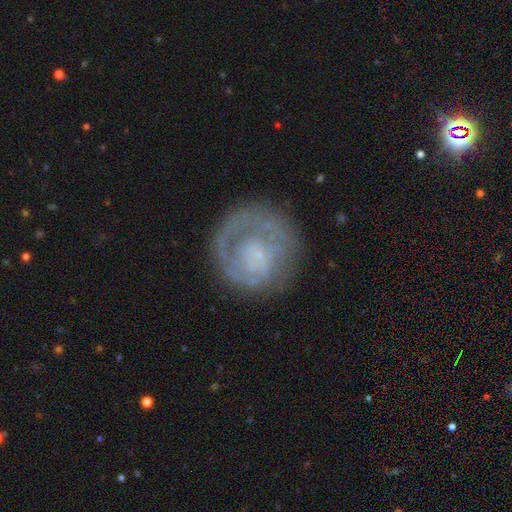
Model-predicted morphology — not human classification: Smooth or featured: featured or disk — 69% (smooth — 23%)
Edge-on disk: no — 98% (yes — 2%)
Bar: no — 77% (weak — 19%)
Spiral arms: yes — 72% (no — 28%)
Bulge size: small — 64% (none — 23%)
Merging: none — 67% (minor disturbance — 17%)